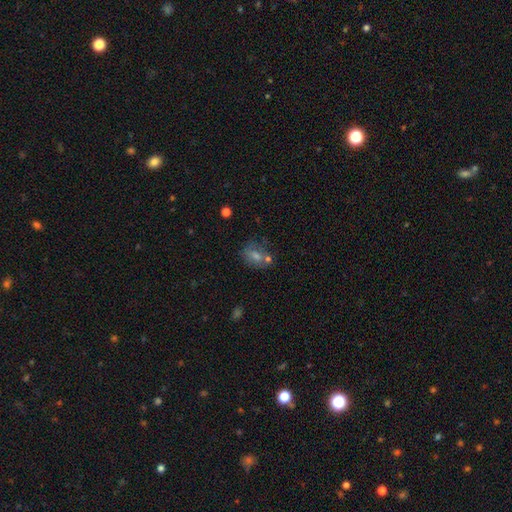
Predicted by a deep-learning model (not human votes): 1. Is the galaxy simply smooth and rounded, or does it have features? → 50% smooth, 28% featured or disk, 22% star or artifact.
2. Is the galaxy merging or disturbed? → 55% none, 18% merger, 18% minor disturbance, 9% major disturbance.